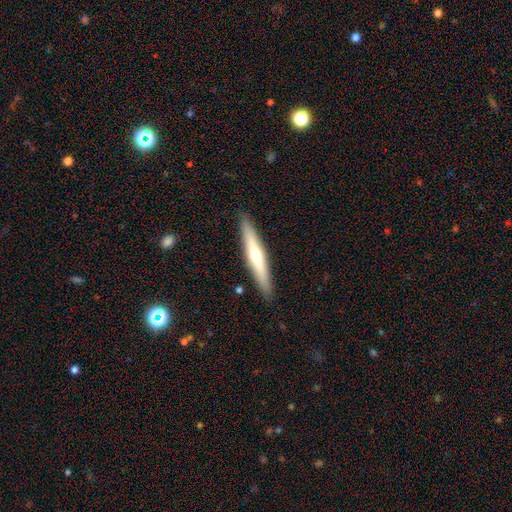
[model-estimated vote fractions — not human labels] Smooth or featured? featured or disk (53%)
Edge-on disk? yes (95%)
Merging? none (91%)